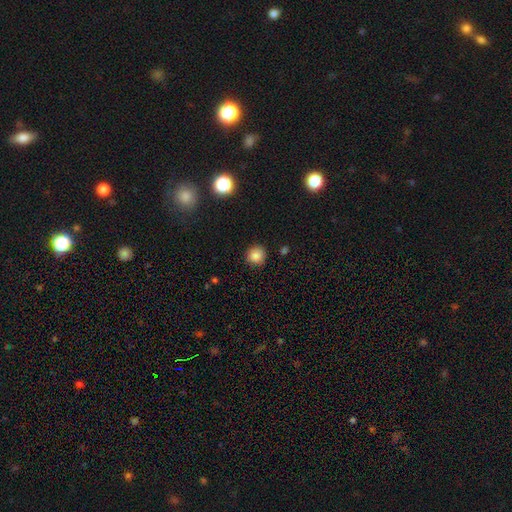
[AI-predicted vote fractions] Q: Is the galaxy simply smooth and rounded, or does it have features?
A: smooth — 85%.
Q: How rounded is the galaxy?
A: round — 92%.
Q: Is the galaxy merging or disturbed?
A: none — 89%.